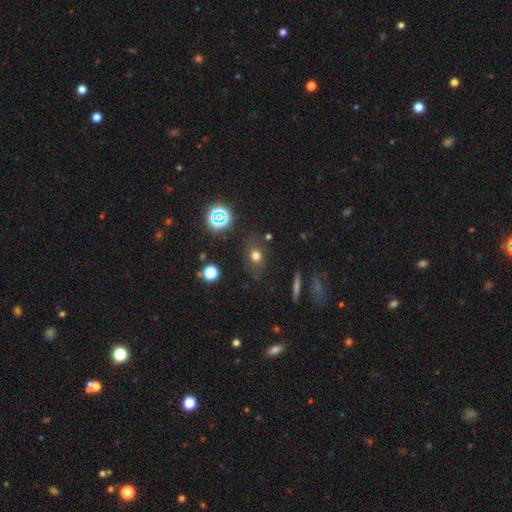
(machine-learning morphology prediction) smooth 66%, star or artifact 21%, featured or disk 13%. Down the decision tree: how rounded — in between (50%); merging — none (76%).